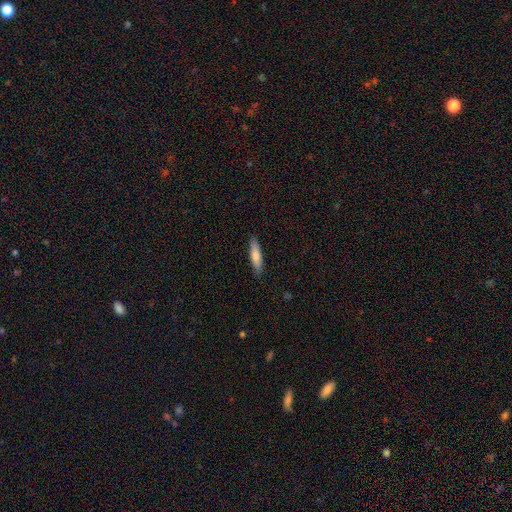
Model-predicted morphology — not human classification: Q: Smooth or featured?
A: smooth (77%); runner-up: featured or disk (17%)
Q: How rounded?
A: cigar-shaped (75%); runner-up: in between (23%)
Q: Merging?
A: none (88%); runner-up: minor disturbance (9%)